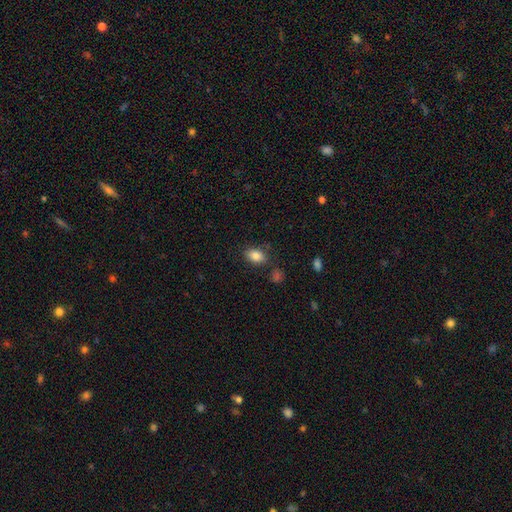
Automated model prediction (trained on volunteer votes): smooth-or-featured: smooth: 85% | star or artifact: 8% | featured or disk: 7%
  how-rounded: in between: 86% | round: 12% | cigar-shaped: 1%
  merging: none: 79% | minor disturbance: 13% | merger: 5% | major disturbance: 3%